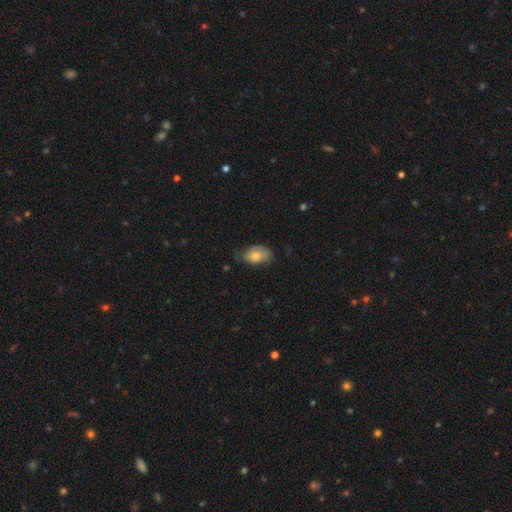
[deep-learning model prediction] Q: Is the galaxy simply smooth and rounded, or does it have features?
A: smooth — 66%.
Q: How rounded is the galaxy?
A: in between — 88%.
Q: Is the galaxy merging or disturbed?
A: none — 53%.